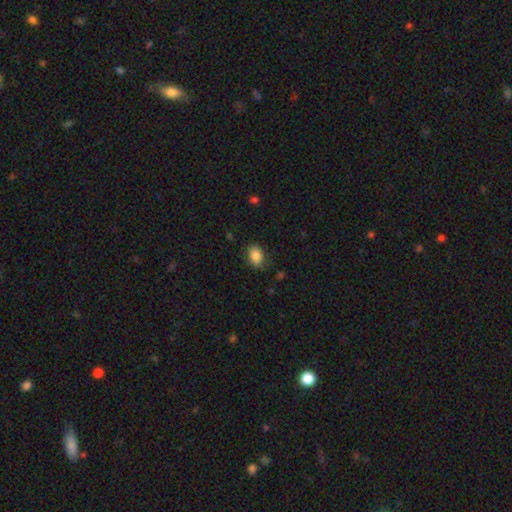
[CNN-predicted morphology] The model was most divided on "how rounded": in between: 79%, round: 19%, cigar-shaped: 1%. More confident: smooth or featured — smooth (86%); merging — none (81%).